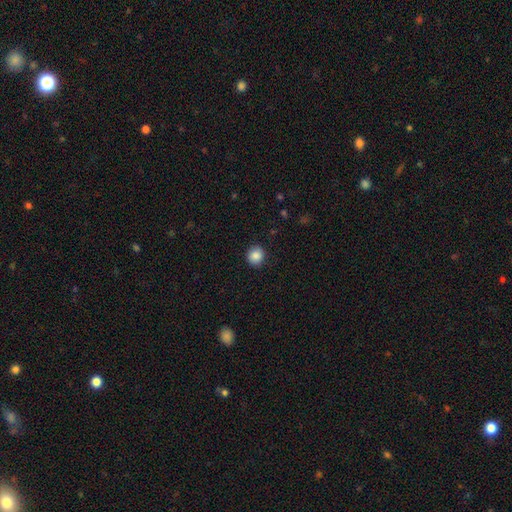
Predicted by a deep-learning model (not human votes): smooth-or-featured: smooth: 87% | star or artifact: 9% | featured or disk: 4%
  how-rounded: round: 86% | in between: 13% | cigar-shaped: 1%
  merging: none: 90% | minor disturbance: 7% | major disturbance: 2% | merger: 1%